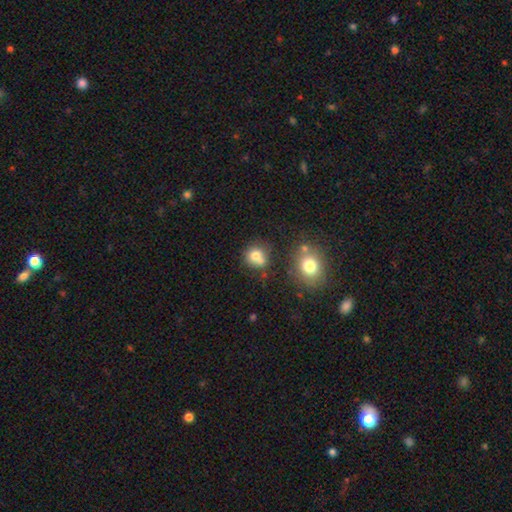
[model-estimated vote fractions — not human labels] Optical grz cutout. It shows a smooth galaxy with no disk features (76%) that is round (80%). Merging: none (49%).